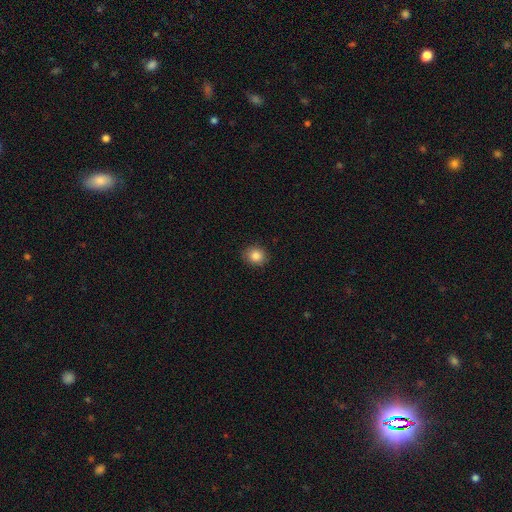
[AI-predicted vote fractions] smooth 85%, star or artifact 10%, featured or disk 5%. Down the decision tree: how rounded — round (74%); merging — none (89%).